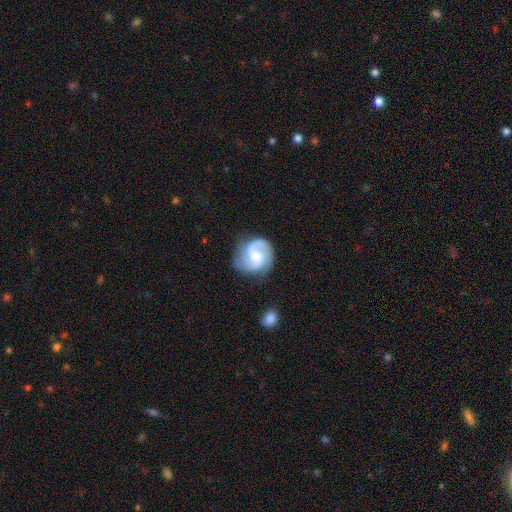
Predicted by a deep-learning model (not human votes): Q: Smooth or featured?
A: featured or disk (80%); runner-up: smooth (14%)
Q: Edge-on disk?
A: no (98%); runner-up: yes (2%)
Q: Bar?
A: no (51%); runner-up: weak (42%)
Q: Spiral arms?
A: yes (96%); runner-up: no (4%)
Q: Spiral winding?
A: medium (51%); runner-up: tight (29%)
Q: Spiral arm count?
A: 2 (74%); runner-up: 3 (10%)
Q: Bulge size?
A: moderate (51%); runner-up: small (38%)
Q: Merging?
A: none (72%); runner-up: minor disturbance (19%)